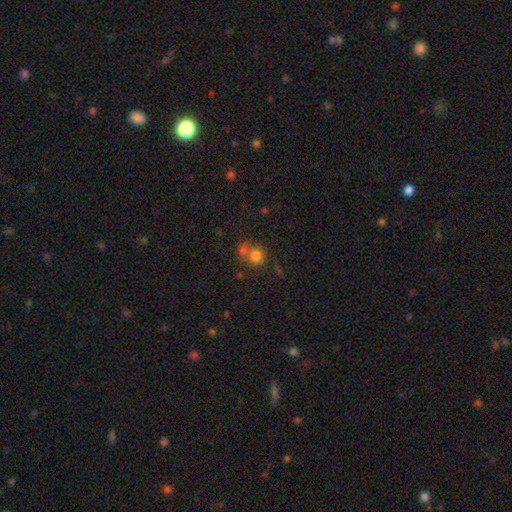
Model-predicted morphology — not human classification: type=smooth (77%); roundness=round (85%); merging=none (49%).